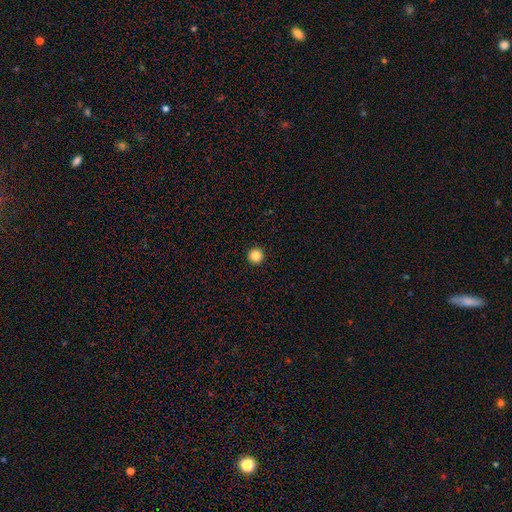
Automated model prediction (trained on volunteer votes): Overall: smooth (87%). How rounded: round (97%). Merging: none (94%).